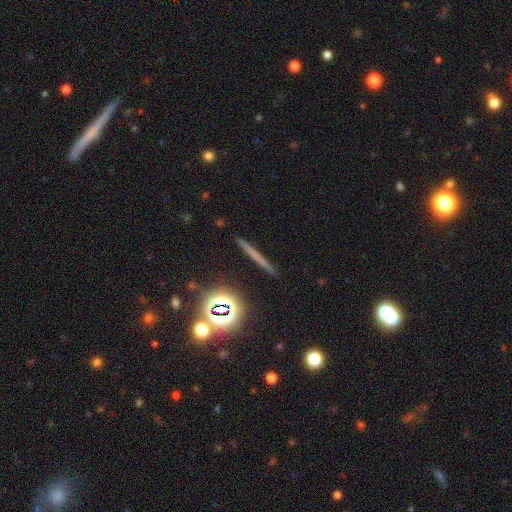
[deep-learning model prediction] This is marginally a smooth galaxy (43%). Merging: clearly none (90%).